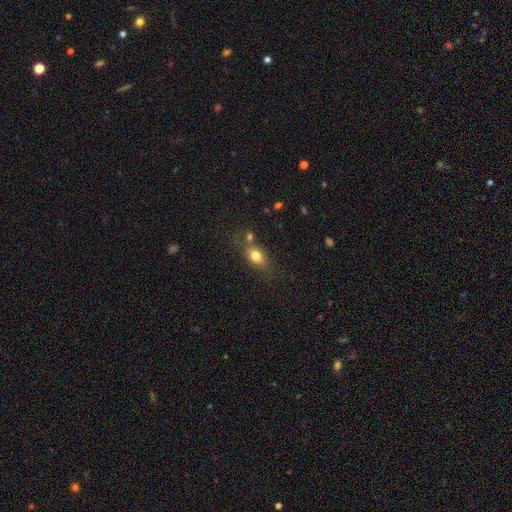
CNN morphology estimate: Smooth or featured: smooth — 77% (featured or disk — 13%)
How rounded: in between — 73% (round — 19%)
Merging: none — 62% (minor disturbance — 17%)